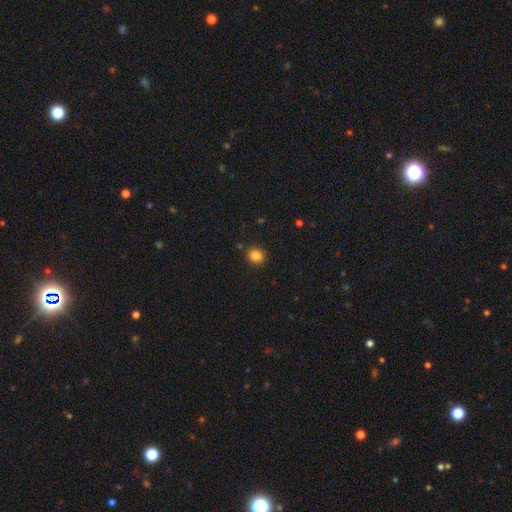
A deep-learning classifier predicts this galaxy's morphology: Smooth or featured?
  - smooth: 86% *
  - star or artifact: 11%
  - featured or disk: 3%
How rounded?
  - round: 76% *
  - in between: 23%
  - cigar-shaped: 1%
Merging?
  - none: 89% *
  - minor disturbance: 7%
  - major disturbance: 2%
  - merger: 2%